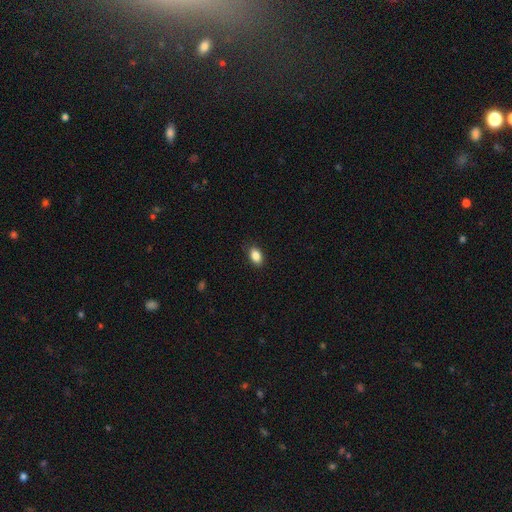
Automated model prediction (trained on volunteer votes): This appears to be a smooth galaxy with no disk features (87%) that is in between round and cigar-shaped (88%). Merging: none (87%).